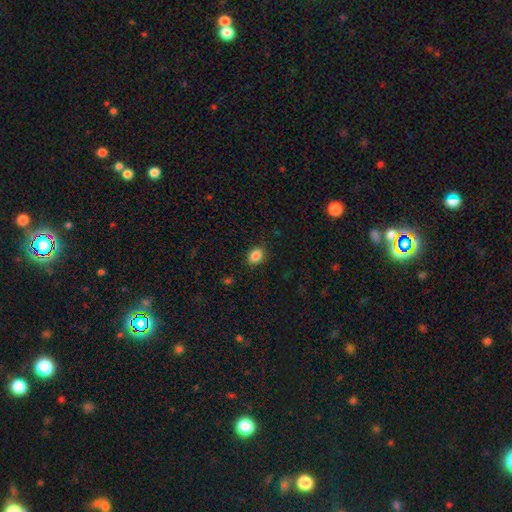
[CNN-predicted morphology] smooth 86%, star or artifact 9%, featured or disk 5%. Down the decision tree: how rounded — in between (65%); merging — none (87%).